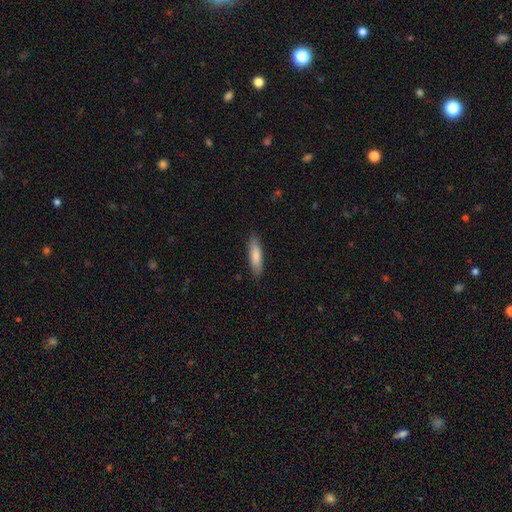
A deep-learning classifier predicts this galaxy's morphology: Smooth or featured? smooth (81%)
How rounded? cigar-shaped (64%)
Merging? none (86%)